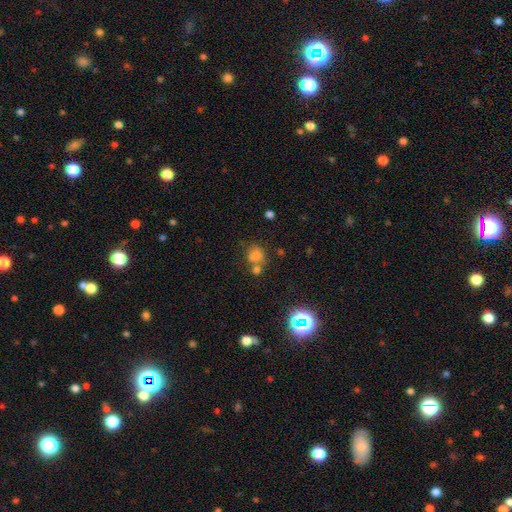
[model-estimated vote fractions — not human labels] Overall: smooth (71%). How rounded: round (64%; in between 35%). Merging: none (47%; merger 31%).